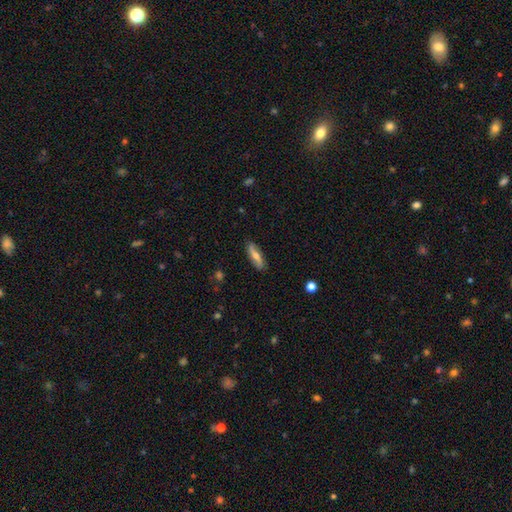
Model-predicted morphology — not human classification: This is possibly a smooth galaxy (52%). How rounded: possibly in between (53%). Merging: clearly none (86%).